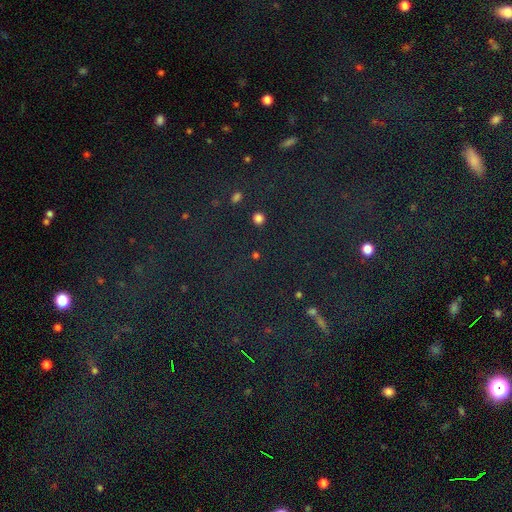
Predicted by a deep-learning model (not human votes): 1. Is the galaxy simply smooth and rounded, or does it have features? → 63% star or artifact, 28% smooth, 9% featured or disk.